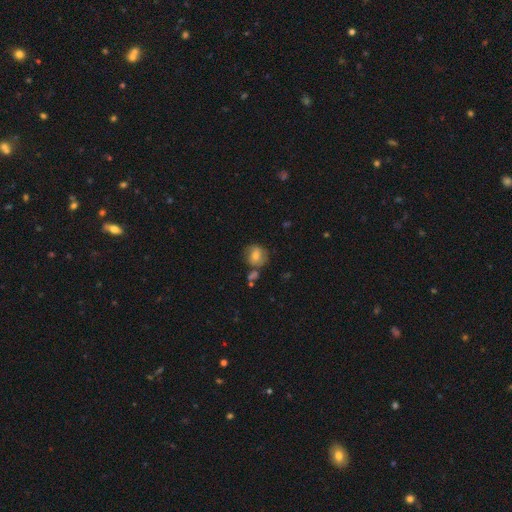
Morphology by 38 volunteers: Smooth or featured: smooth — 79% (featured or disk — 16%)
How rounded: round — 77% (in between — 23%)
Merging: none — 69% (minor disturbance — 22%)